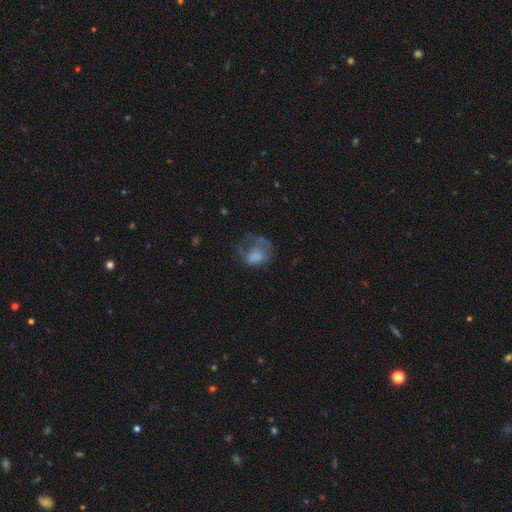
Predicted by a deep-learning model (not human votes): Overall: smooth (59%; featured or disk 29%). How rounded: in between (51%; round 47%). Merging: major disturbance (48%; none 27%).